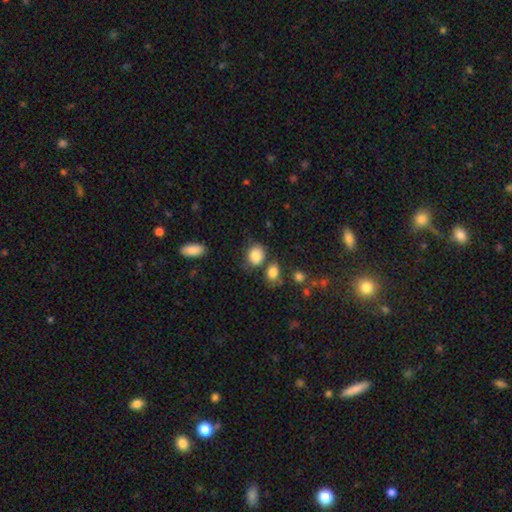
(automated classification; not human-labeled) smooth-or-featured: smooth: 85% | star or artifact: 8% | featured or disk: 6%
  how-rounded: round: 59% | in between: 40% | cigar-shaped: 1%
  merging: none: 63% | minor disturbance: 18% | merger: 14% | major disturbance: 5%